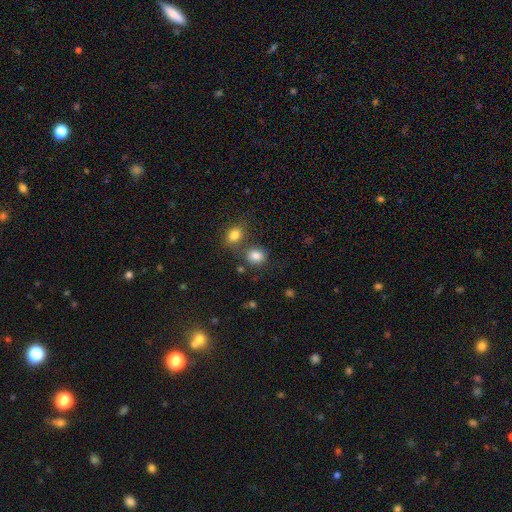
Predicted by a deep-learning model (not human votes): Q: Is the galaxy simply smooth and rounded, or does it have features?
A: smooth — 82%.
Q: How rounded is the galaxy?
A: round — 62%.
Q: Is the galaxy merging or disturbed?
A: none — 66%.